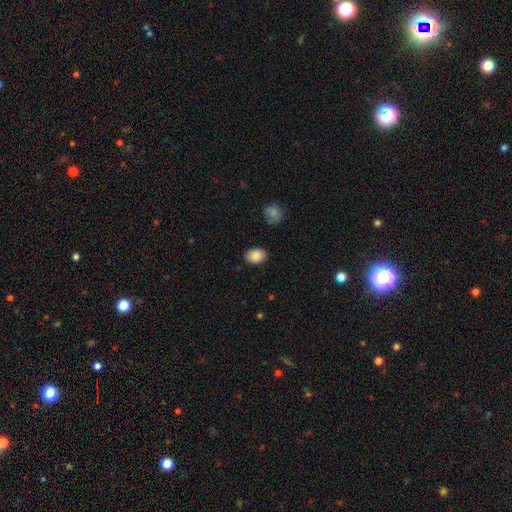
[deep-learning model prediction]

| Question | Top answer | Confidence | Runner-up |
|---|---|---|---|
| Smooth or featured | smooth | 87% | star or artifact (7%) |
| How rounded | in between | 81% | round (18%) |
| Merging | none | 87% | minor disturbance (9%) |